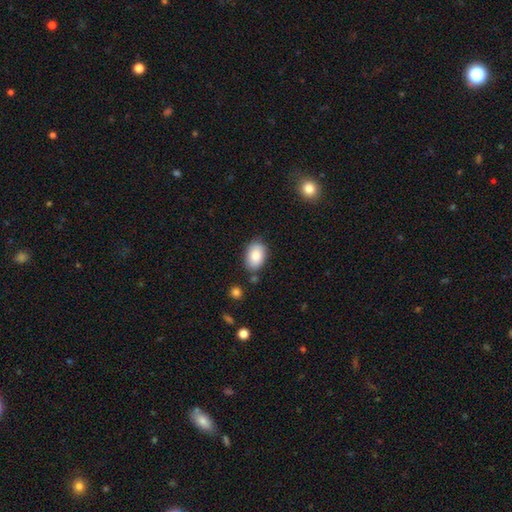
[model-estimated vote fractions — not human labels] Morphology: type=smooth (85%); roundness=in between (88%); merging=none (78%).